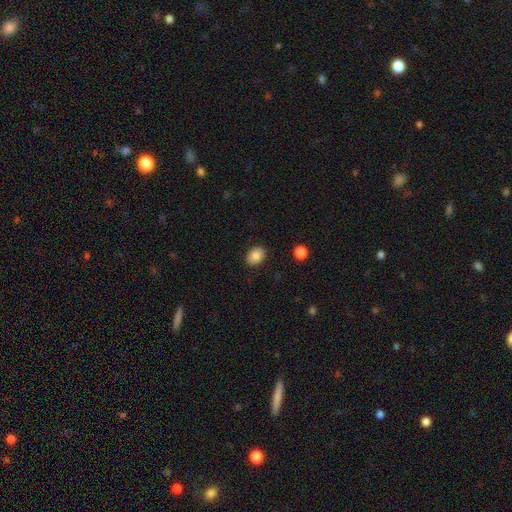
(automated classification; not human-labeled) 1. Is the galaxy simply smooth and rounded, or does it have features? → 84% smooth, 8% star or artifact, 7% featured or disk.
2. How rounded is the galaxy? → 64% in between, 35% round, 1% cigar-shaped.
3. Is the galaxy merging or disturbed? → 87% none, 10% minor disturbance, 2% major disturbance, 1% merger.